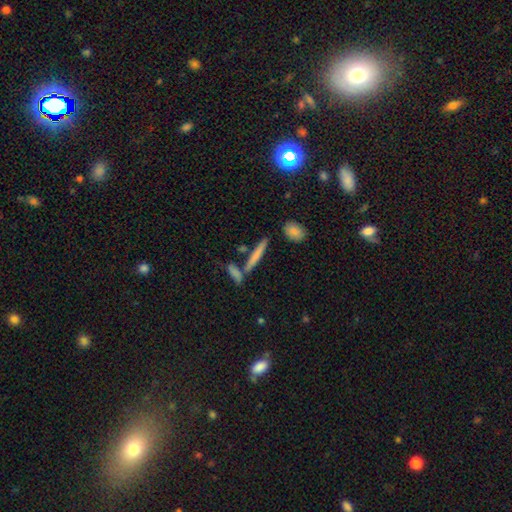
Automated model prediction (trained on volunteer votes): smooth_or_featured: smooth (p=0.65) [alt: featured or disk p=0.27]
how_rounded: cigar-shaped (p=0.90) [alt: in between p=0.07]
merging: none (p=0.76) [alt: merger p=0.13]